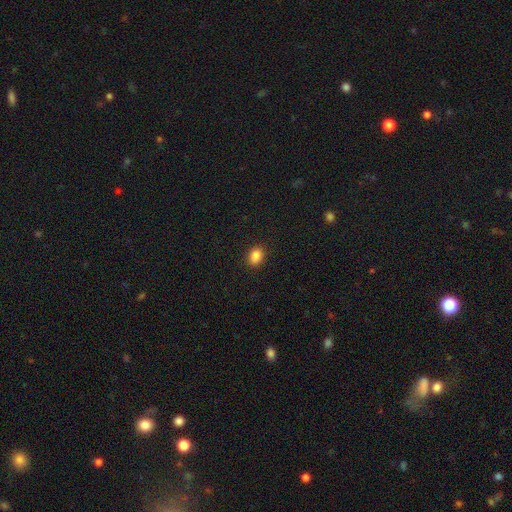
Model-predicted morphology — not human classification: smooth-or-featured: smooth: 86% | star or artifact: 10% | featured or disk: 4%
  how-rounded: in between: 65% | round: 33% | cigar-shaped: 1%
  merging: none: 88% | minor disturbance: 9% | major disturbance: 2% | merger: 1%